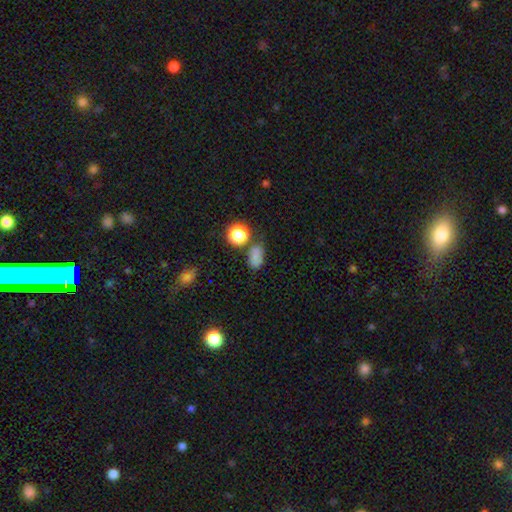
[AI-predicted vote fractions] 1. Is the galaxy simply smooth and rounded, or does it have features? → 72% smooth, 20% star or artifact, 8% featured or disk.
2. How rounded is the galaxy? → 75% in between, 22% round, 3% cigar-shaped.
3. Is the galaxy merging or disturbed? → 62% none, 19% minor disturbance, 12% merger, 7% major disturbance.